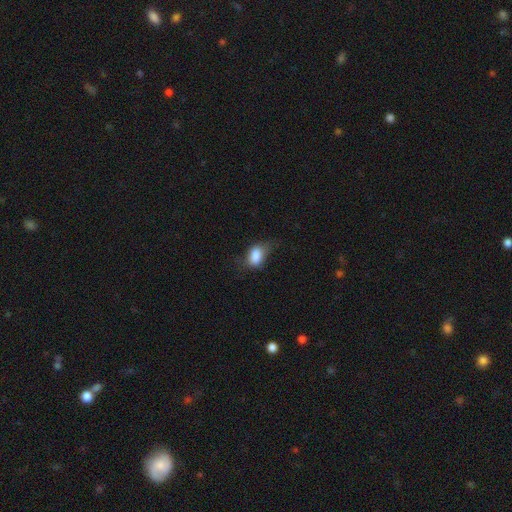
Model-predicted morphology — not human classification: Q: Smooth or featured?
A: smooth (82%); runner-up: featured or disk (10%)
Q: How rounded?
A: in between (82%); runner-up: round (16%)
Q: Merging?
A: none (43%); runner-up: minor disturbance (34%)